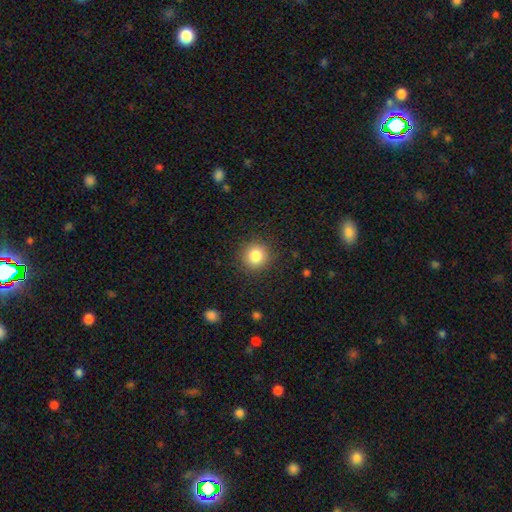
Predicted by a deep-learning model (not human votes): Smooth or featured? Predicted: smooth (p=0.84). How rounded? Predicted: round (p=0.92). Merging? Predicted: none (p=0.90).